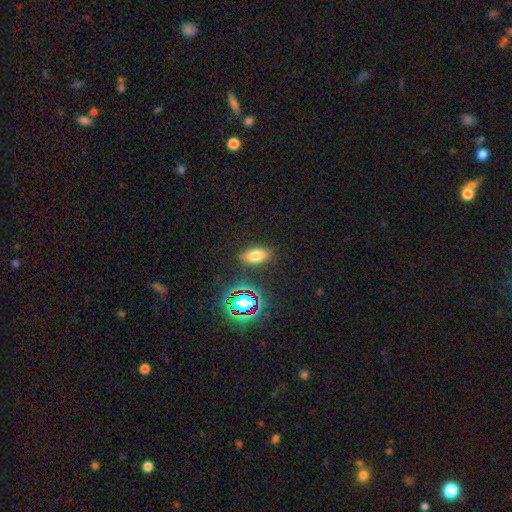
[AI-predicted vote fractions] Smooth or featured: smooth — 68% (star or artifact — 19%)
How rounded: in between — 81% (cigar-shaped — 12%)
Merging: none — 86% (minor disturbance — 9%)